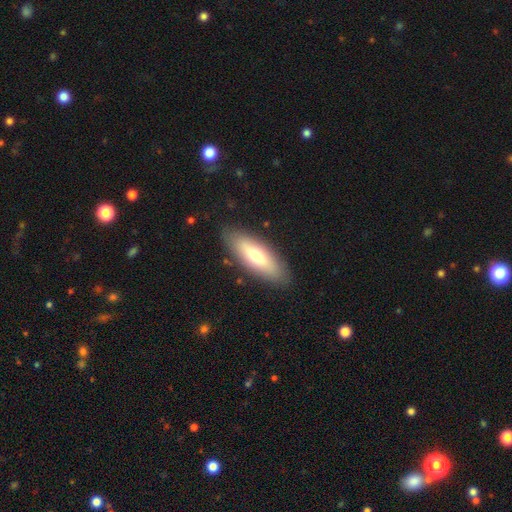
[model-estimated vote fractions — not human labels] Smooth or featured?
  - smooth: 63% *
  - featured or disk: 31%
  - star or artifact: 6%
How rounded?
  - in between: 62% *
  - cigar-shaped: 36%
  - round: 2%
Merging?
  - none: 86% *
  - minor disturbance: 10%
  - major disturbance: 3%
  - merger: 1%